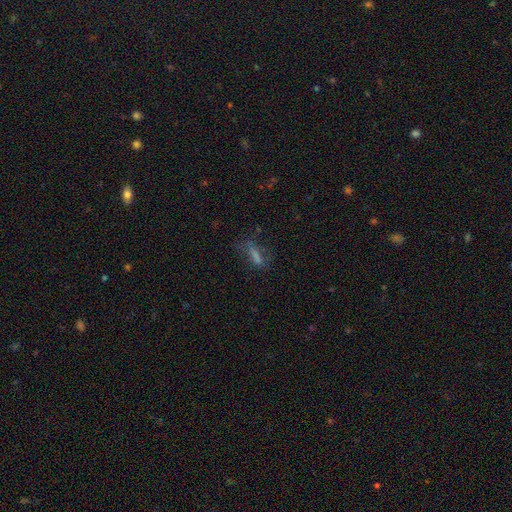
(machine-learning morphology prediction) Q: Smooth or featured?
A: smooth (50%); runner-up: featured or disk (26%)
Q: Merging?
A: none (60%); runner-up: minor disturbance (21%)